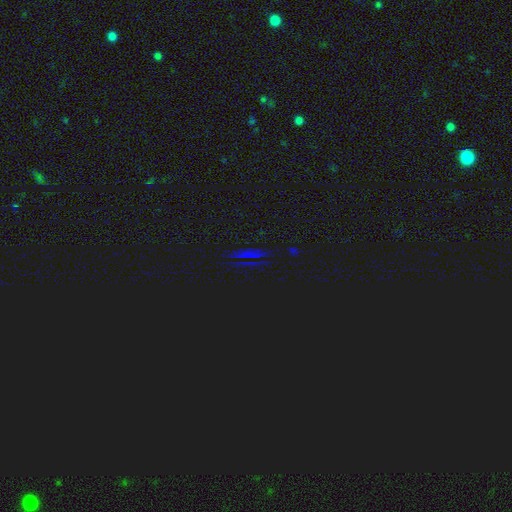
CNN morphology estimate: smooth-or-featured: star or artifact: 74% | smooth: 15% | featured or disk: 11%